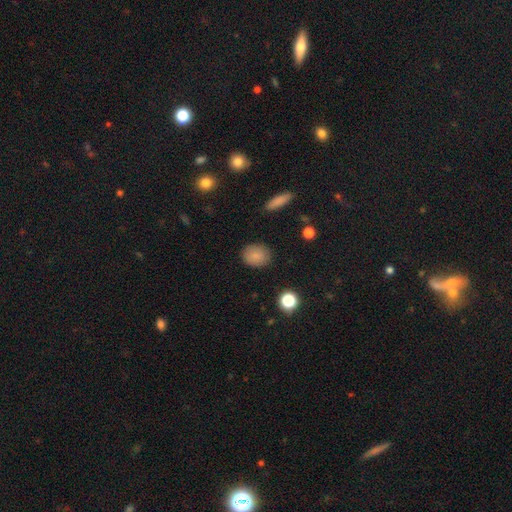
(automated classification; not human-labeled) smooth-or-featured: smooth: 85% | star or artifact: 8% | featured or disk: 6%
  how-rounded: round: 52% | in between: 47% | cigar-shaped: 1%
  merging: none: 88% | minor disturbance: 9% | major disturbance: 2% | merger: 1%